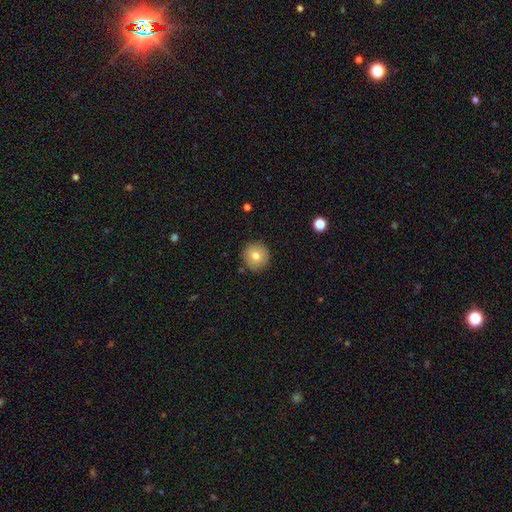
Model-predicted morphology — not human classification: Smooth or featured? smooth (78%)
How rounded? round (95%)
Merging? none (90%)